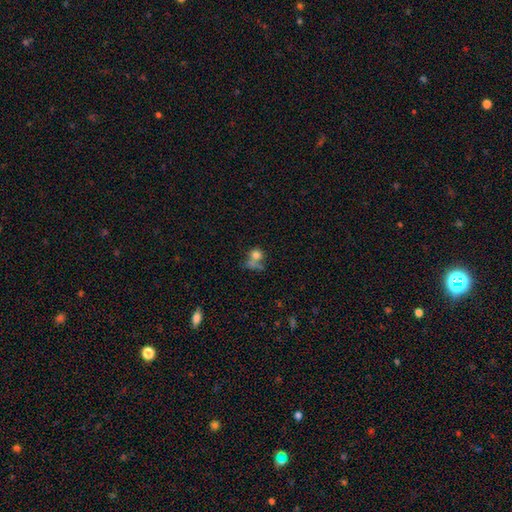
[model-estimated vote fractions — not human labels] Q: Smooth or featured?
A: smooth (72%); runner-up: star or artifact (14%)
Q: How rounded?
A: round (76%); runner-up: in between (22%)
Q: Merging?
A: merger (37%); runner-up: none (36%)